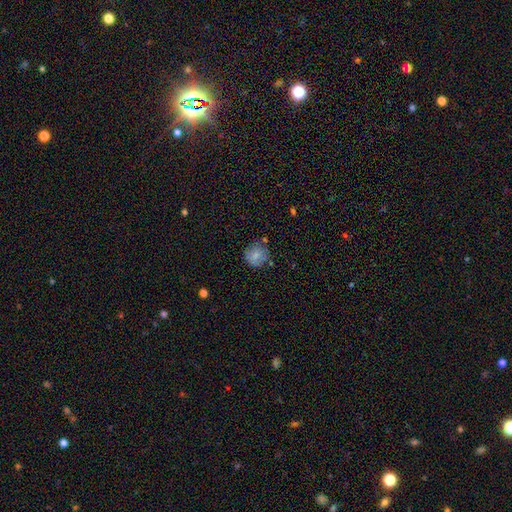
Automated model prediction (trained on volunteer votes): A smooth galaxy with no disk features (78%) that is round (90%).

Vote fractions:
- Smooth or featured? smooth: 78% / featured or disk: 13% / star or artifact: 9%
- How rounded? round: 90% / in between: 9% / cigar-shaped: 1%
- Merging? none: 72% / minor disturbance: 18% / merger: 5% / major disturbance: 5%